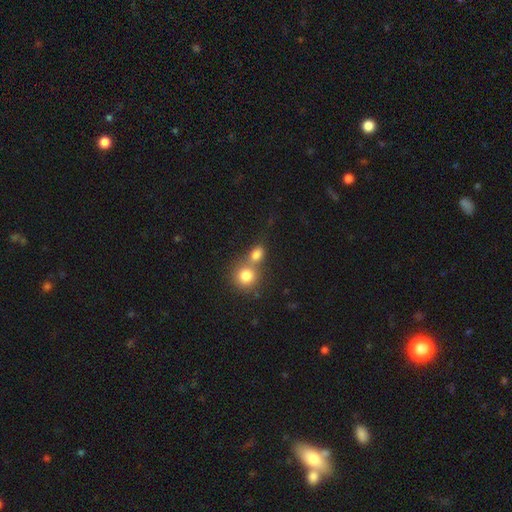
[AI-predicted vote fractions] Smooth or featured? Predicted: smooth (p=0.78). How rounded? Predicted: round (p=0.66). Merging? Predicted: merger (p=0.53).